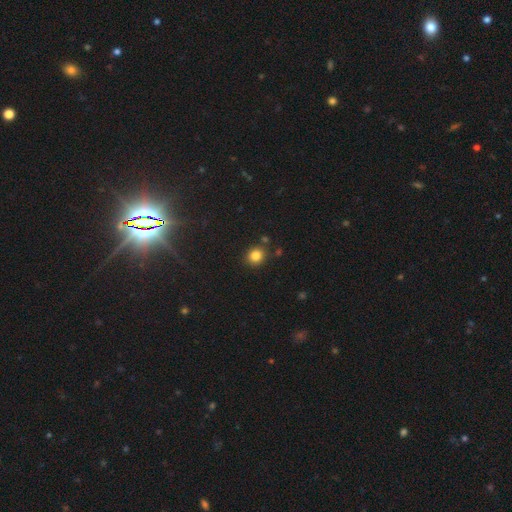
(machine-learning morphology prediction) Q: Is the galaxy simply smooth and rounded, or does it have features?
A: smooth — 83%.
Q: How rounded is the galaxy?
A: round — 81%.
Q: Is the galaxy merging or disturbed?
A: none — 84%.